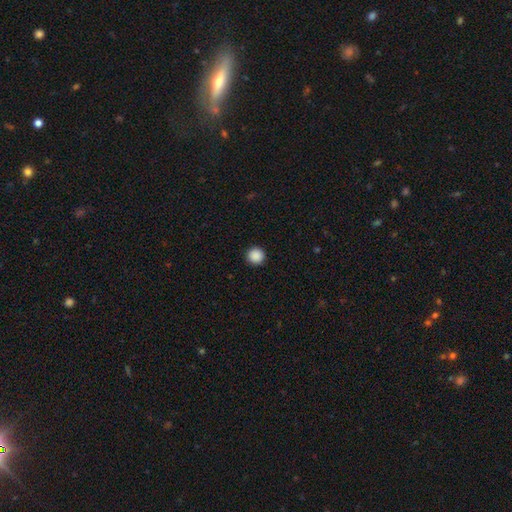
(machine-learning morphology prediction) This appears to be a smooth galaxy with no disk features (89%) that is round (96%). Merging: none (93%).